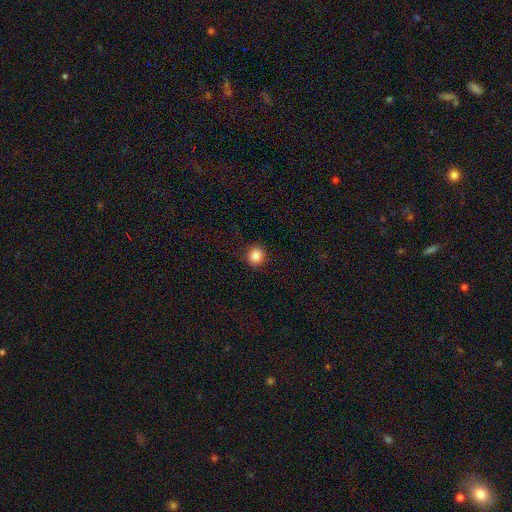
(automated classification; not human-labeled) Smooth or featured? Predicted: smooth (p=0.86). How rounded? Predicted: round (p=0.91). Merging? Predicted: none (p=0.89).